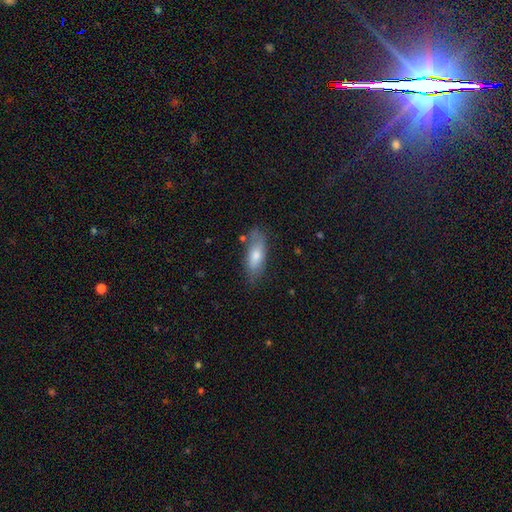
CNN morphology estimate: This appears to be a smooth galaxy with no disk features (73%) that is in between round and cigar-shaped (71%). Merging: none (72%).